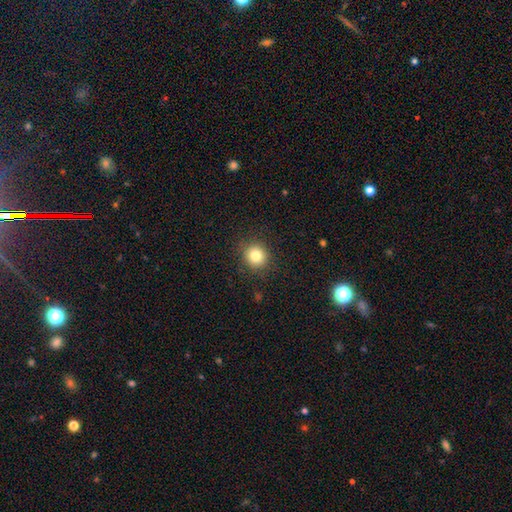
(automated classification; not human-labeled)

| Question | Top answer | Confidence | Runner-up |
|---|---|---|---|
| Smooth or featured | smooth | 82% | star or artifact (11%) |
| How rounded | round | 89% | in between (10%) |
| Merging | none | 89% | minor disturbance (7%) |